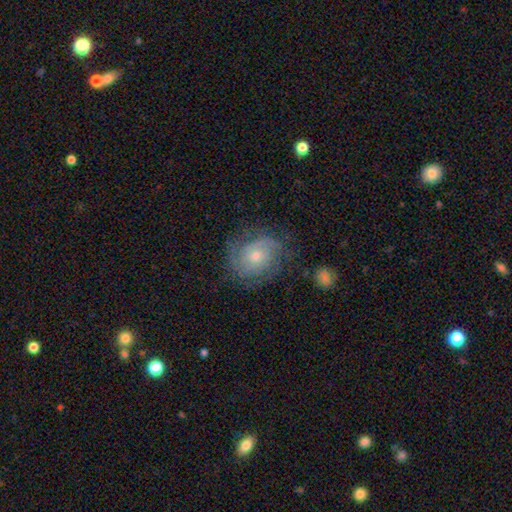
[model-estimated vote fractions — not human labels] Morphology: type=featured or disk (70%); edge-on=no (97%); bar=no (75%); spiral arms=yes (90%); winding=tight (59%); arm count=2 (45%); bulge=moderate (58%); merging=none (70%).